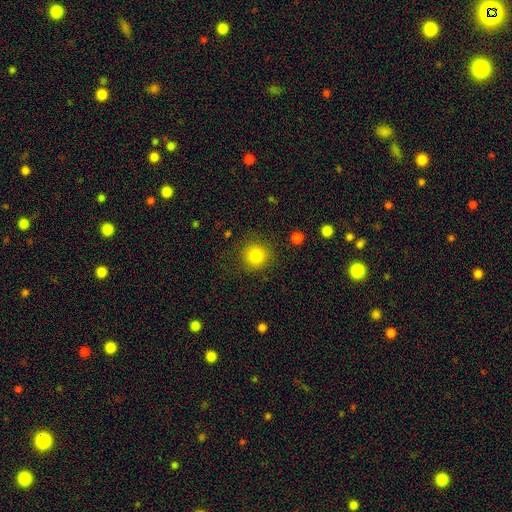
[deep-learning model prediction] smooth-or-featured: smooth: 83% | star or artifact: 11% | featured or disk: 6%
  how-rounded: round: 92% | in between: 7% | cigar-shaped: 1%
  merging: none: 88% | minor disturbance: 8% | major disturbance: 3% | merger: 1%